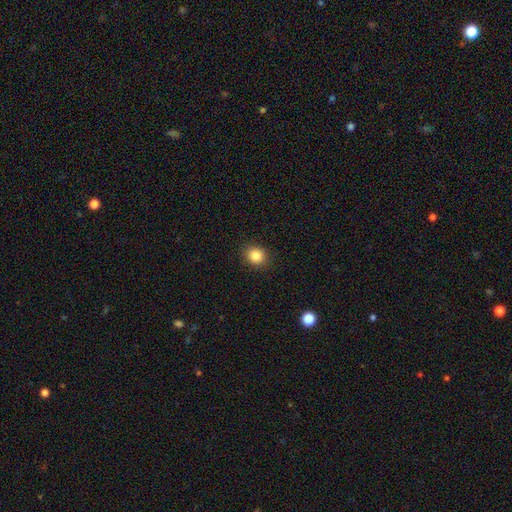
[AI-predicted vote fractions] Smooth or featured: smooth — 85% (star or artifact — 10%)
How rounded: round — 77% (in between — 22%)
Merging: none — 90% (minor disturbance — 7%)